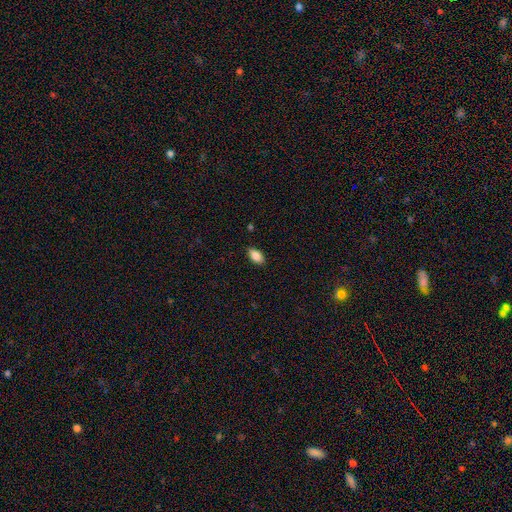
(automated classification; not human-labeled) Morphology: type=smooth (86%); roundness=in between (92%); merging=none (87%).